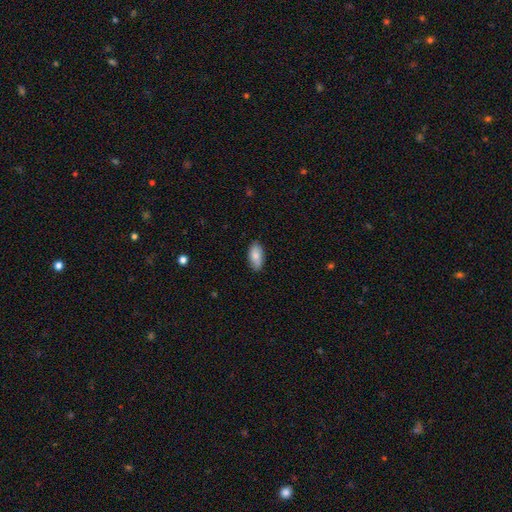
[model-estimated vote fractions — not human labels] smooth_or_featured: smooth (p=0.82) [alt: featured or disk p=0.12]
how_rounded: in between (p=0.92) [alt: cigar-shaped p=0.05]
merging: none (p=0.85) [alt: minor disturbance p=0.12]